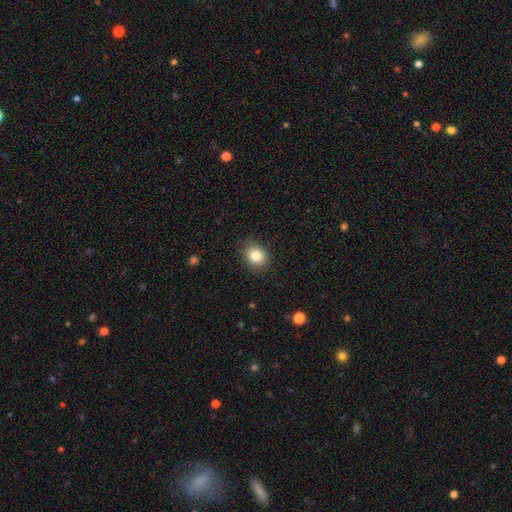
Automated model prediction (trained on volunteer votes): This is clearly a smooth galaxy (83%). How rounded: possibly round (54%). Merging: clearly none (86%).